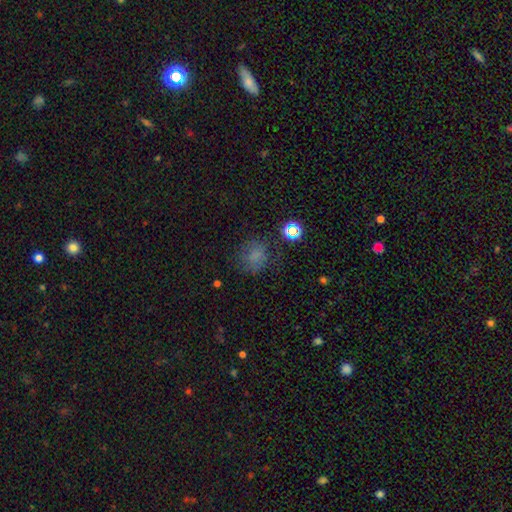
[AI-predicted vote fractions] This appears to be a smooth galaxy with no disk features (65%) that is round (75%). Merging: none (68%).